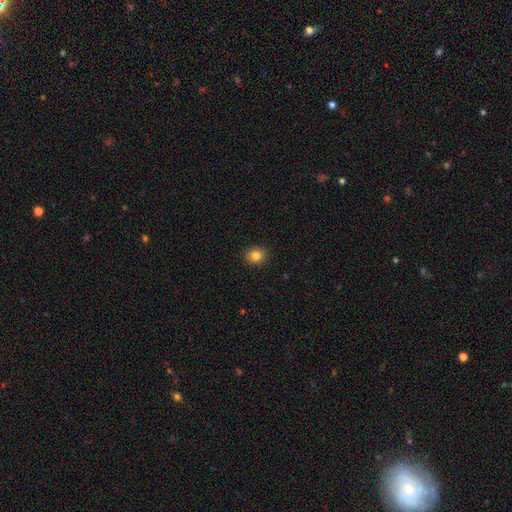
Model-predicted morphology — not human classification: Smooth or featured? Predicted: smooth (p=0.83). How rounded? Predicted: round (p=0.68). Merging? Predicted: none (p=0.91).